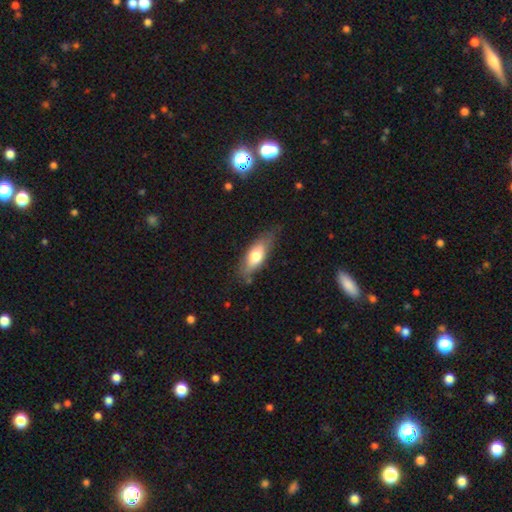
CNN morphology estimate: Overall: smooth (65%; featured or disk 28%). How rounded: in between (67%; cigar-shaped 30%). Merging: none (71%).